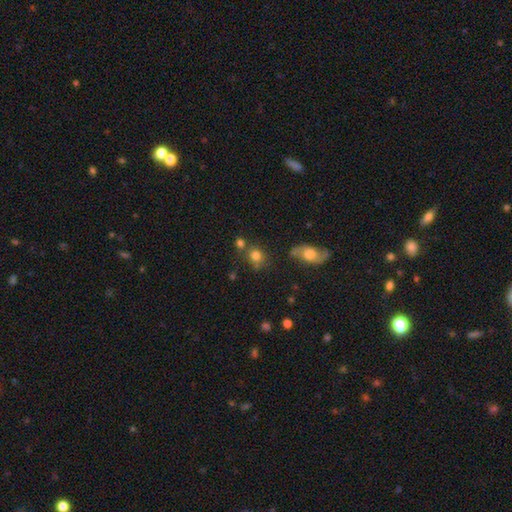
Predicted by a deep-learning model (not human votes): Smooth or featured: smooth — 78% (star or artifact — 12%)
How rounded: round — 75% (in between — 23%)
Merging: none — 62% (merger — 19%)